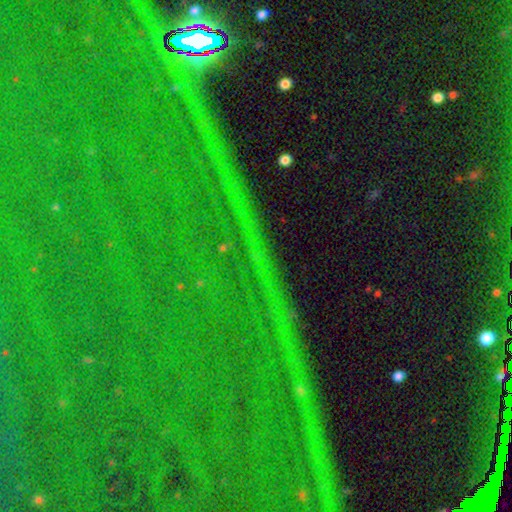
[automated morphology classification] Smooth or featured: star or artifact — 85% (featured or disk — 8%)